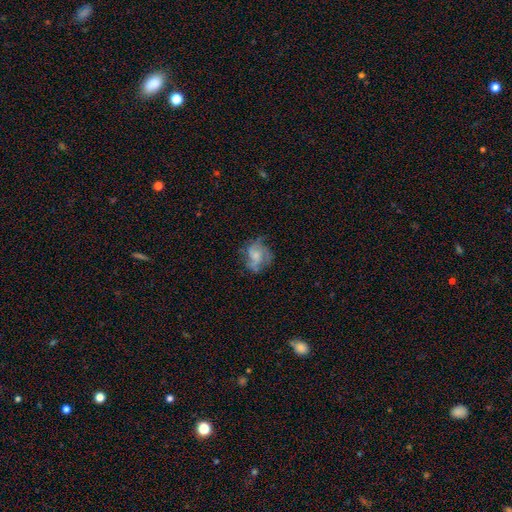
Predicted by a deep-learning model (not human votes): This appears to be a featured or disk galaxy (52%) with no bar (75%), spiral arms (63%) and a small central bulge (42%). Merging: none (52%).